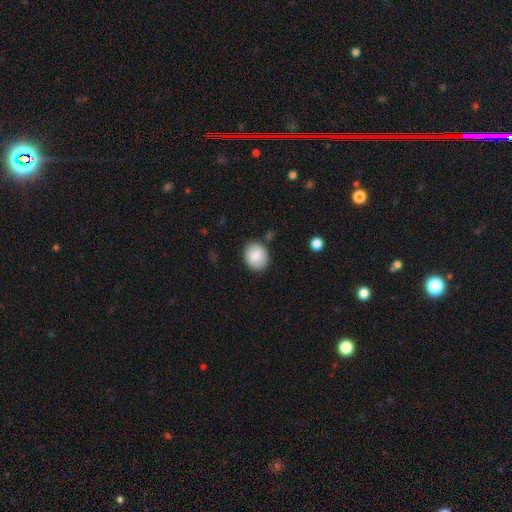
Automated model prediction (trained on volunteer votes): Morphology: type=smooth (84%); roundness=round (55%); merging=none (83%).